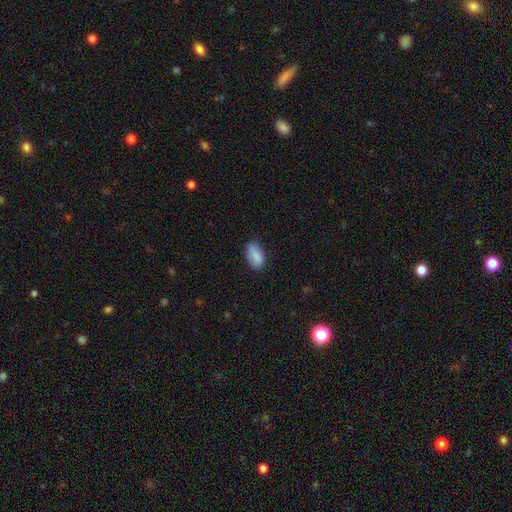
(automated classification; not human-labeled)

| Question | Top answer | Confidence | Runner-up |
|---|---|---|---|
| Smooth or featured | smooth | 88% | star or artifact (7%) |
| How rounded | in between | 93% | cigar-shaped (4%) |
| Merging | none | 76% | minor disturbance (20%) |